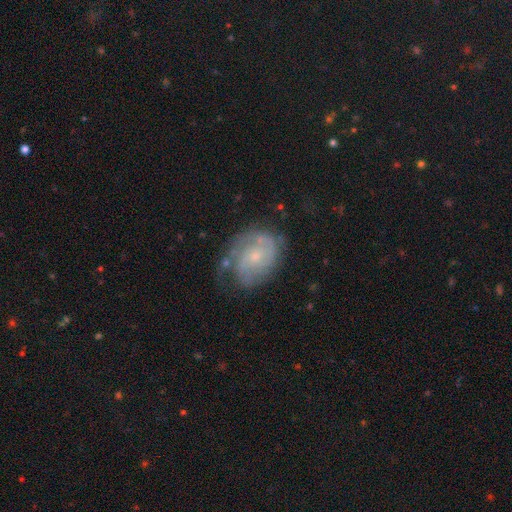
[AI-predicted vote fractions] Smooth or featured? featured or disk (75%)
Edge-on disk? no (97%)
Bar? no (69%)
Spiral arms? yes (89%)
Spiral winding? tight (52%)
Spiral arm count? 2 (44%)
Bulge size? small (65%)
Merging? none (56%)